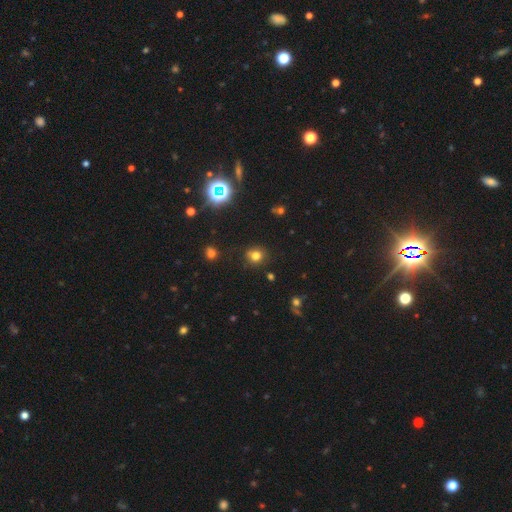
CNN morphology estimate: The model was most divided on "smooth or featured": smooth: 73%, star or artifact: 20%, featured or disk: 7%. More confident: how rounded — round (84%); merging — none (84%).